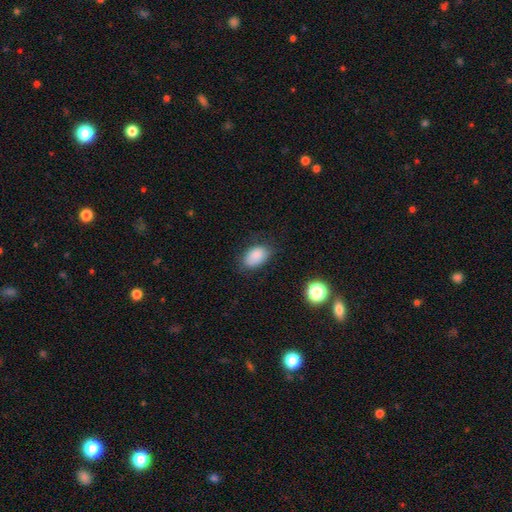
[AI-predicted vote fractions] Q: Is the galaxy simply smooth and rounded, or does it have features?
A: smooth — 86%.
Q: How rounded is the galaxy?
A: in between — 90%.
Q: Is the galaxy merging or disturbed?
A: none — 75%.